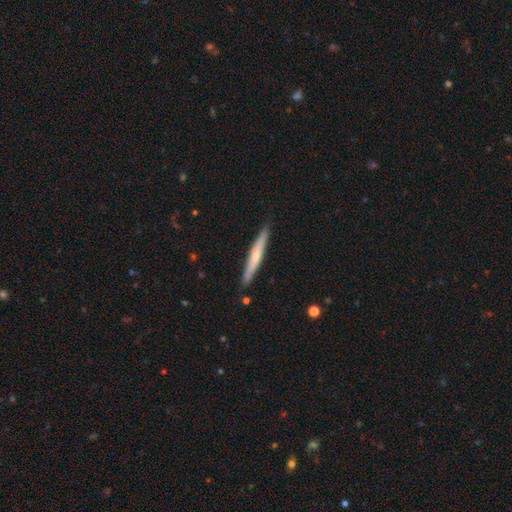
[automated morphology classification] A featured or disk galaxy (50%).

Vote fractions:
- Smooth or featured? featured or disk: 50% / smooth: 45% / star or artifact: 6%
- Merging? none: 89% / minor disturbance: 8% / major disturbance: 1% / merger: 1%